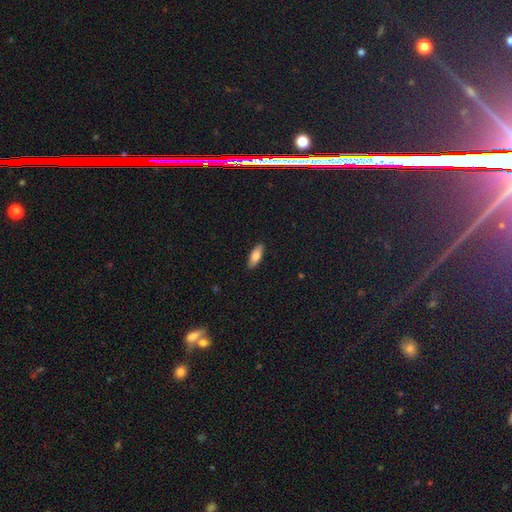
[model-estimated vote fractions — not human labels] Morphology: type=smooth (80%); roundness=in between (69%); merging=none (89%).